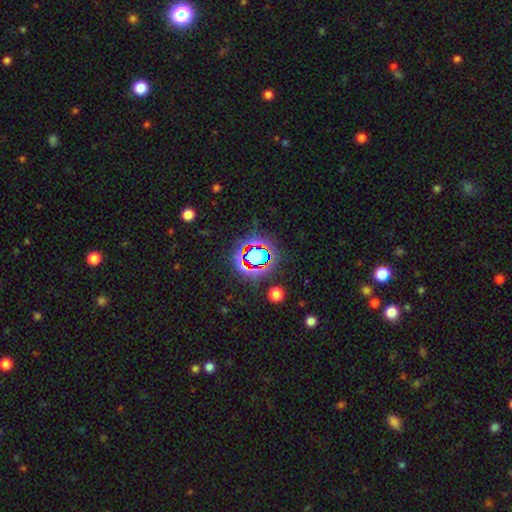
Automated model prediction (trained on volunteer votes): Overall: star or artifact (64%; smooth 24%).